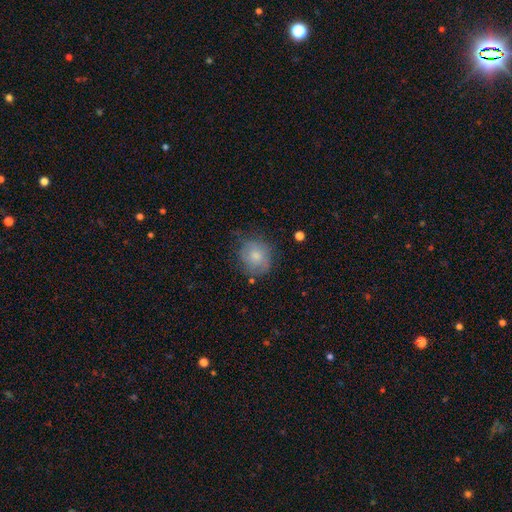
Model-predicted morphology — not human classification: smooth-or-featured: smooth: 72% | featured or disk: 20% | star or artifact: 8%
  how-rounded: round: 76% | in between: 23% | cigar-shaped: 1%
  merging: none: 62% | minor disturbance: 26% | major disturbance: 9% | merger: 2%